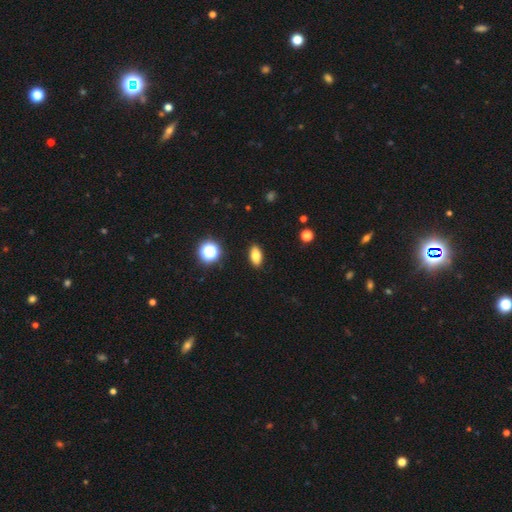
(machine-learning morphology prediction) type=smooth (80%); roundness=in between (86%); merging=none (90%).